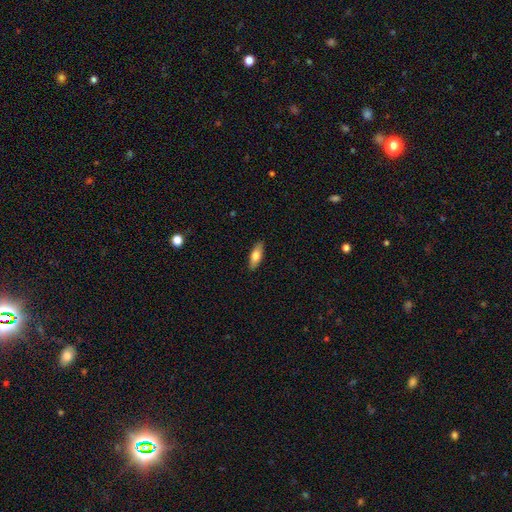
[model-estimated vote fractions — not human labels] smooth-or-featured: smooth: 71% | featured or disk: 23% | star or artifact: 6%
  how-rounded: in between: 69% | cigar-shaped: 29% | round: 3%
  merging: none: 88% | minor disturbance: 9% | major disturbance: 2% | merger: 1%